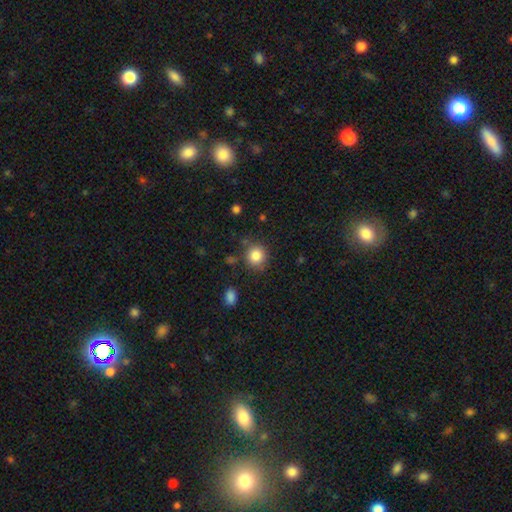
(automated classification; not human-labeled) This is clearly a smooth galaxy (85%). How rounded: clearly round (88%). Merging: clearly none (82%).